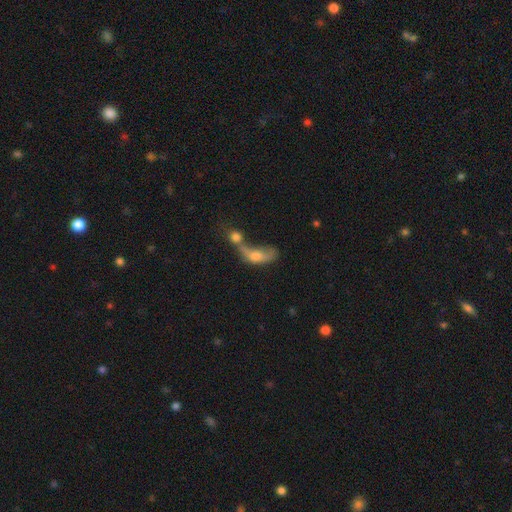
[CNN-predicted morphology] A smooth galaxy with no disk features (57%) that is in between round and cigar-shaped (72%).

Vote fractions:
- Smooth or featured? smooth: 57% / featured or disk: 32% / star or artifact: 11%
- How rounded? in between: 72% / cigar-shaped: 15% / round: 12%
- Merging? merger: 66% / major disturbance: 17% / none: 10% / minor disturbance: 7%